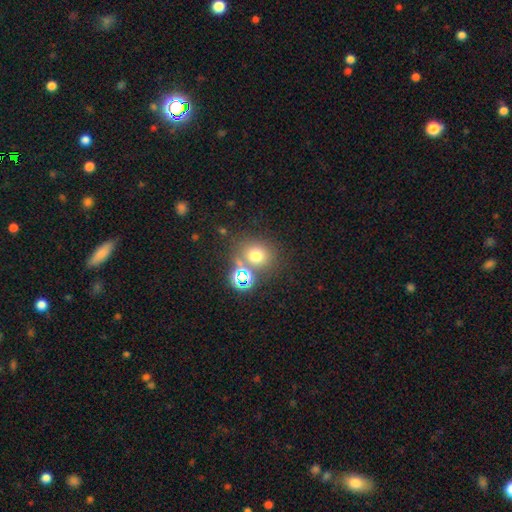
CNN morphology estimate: Smooth or featured? smooth (66%)
How rounded? round (78%)
Merging? none (65%)